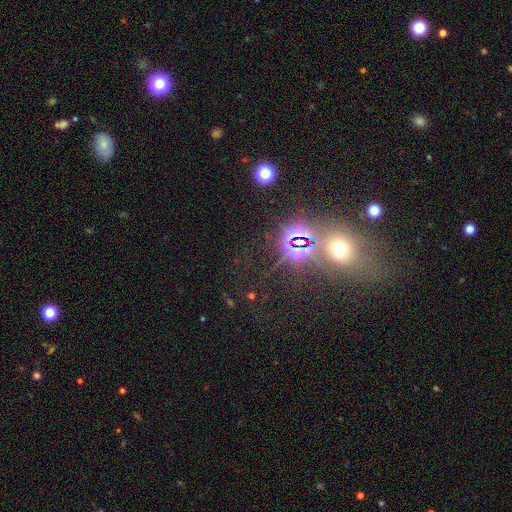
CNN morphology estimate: This is possibly a star or artifact rather than a galaxy (53%).